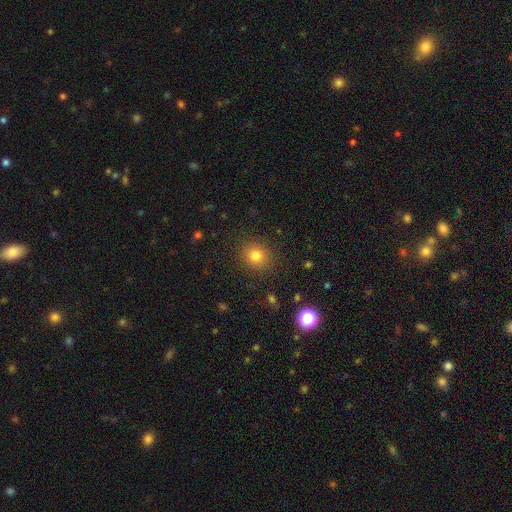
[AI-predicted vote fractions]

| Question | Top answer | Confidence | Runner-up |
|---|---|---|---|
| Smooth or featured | smooth | 80% | star or artifact (14%) |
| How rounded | round | 82% | in between (17%) |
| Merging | none | 88% | minor disturbance (8%) |